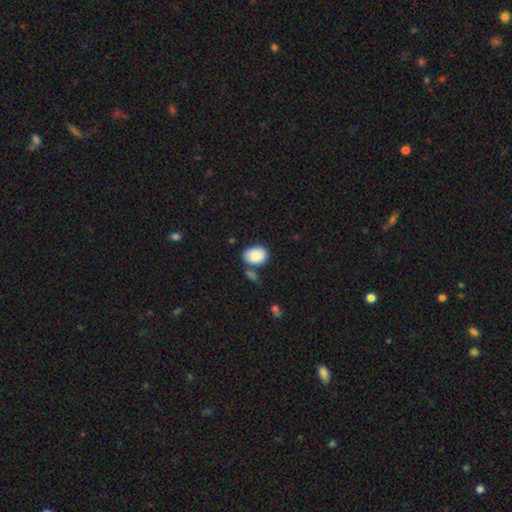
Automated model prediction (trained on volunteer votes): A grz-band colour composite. It shows a smooth galaxy with no disk features (87%) that is in between round and cigar-shaped (70%). Merging: none (64%).